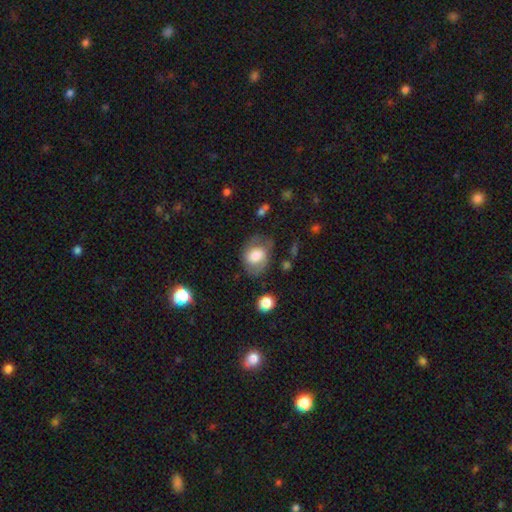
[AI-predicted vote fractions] This appears to be a smooth galaxy with no disk features (61%) that is in between round and cigar-shaped (61%). Merging: none (61%).